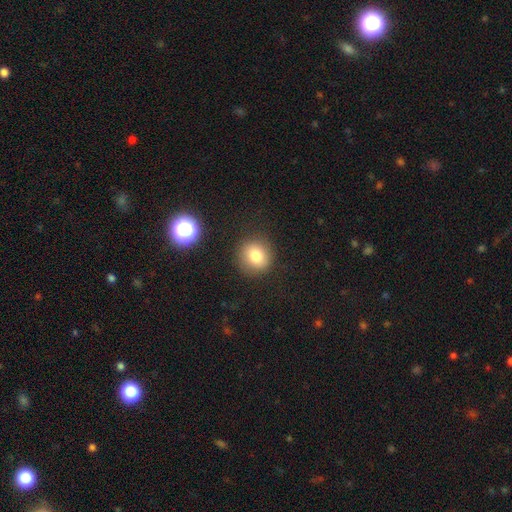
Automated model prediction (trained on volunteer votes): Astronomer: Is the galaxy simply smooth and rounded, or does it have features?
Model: smooth — 79%.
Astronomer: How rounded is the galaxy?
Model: round — 86%.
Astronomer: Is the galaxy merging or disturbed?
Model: none — 87%.